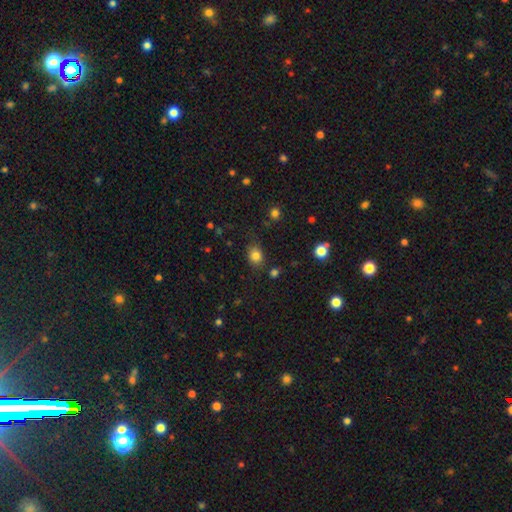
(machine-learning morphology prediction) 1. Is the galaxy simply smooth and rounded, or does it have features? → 81% smooth, 12% star or artifact, 6% featured or disk.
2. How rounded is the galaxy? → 51% round, 48% in between, 1% cigar-shaped.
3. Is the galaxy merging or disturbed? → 77% none, 16% minor disturbance, 4% major disturbance, 3% merger.